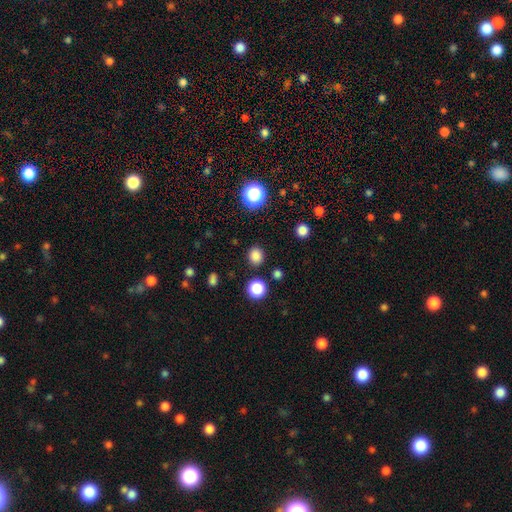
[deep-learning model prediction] A smooth galaxy with no disk features (82%) that is round (77%).

Vote fractions:
- Smooth or featured? smooth: 82% / star or artifact: 15% / featured or disk: 3%
- How rounded? round: 77% / in between: 22% / cigar-shaped: 1%
- Merging? none: 87% / minor disturbance: 7% / major disturbance: 3% / merger: 3%